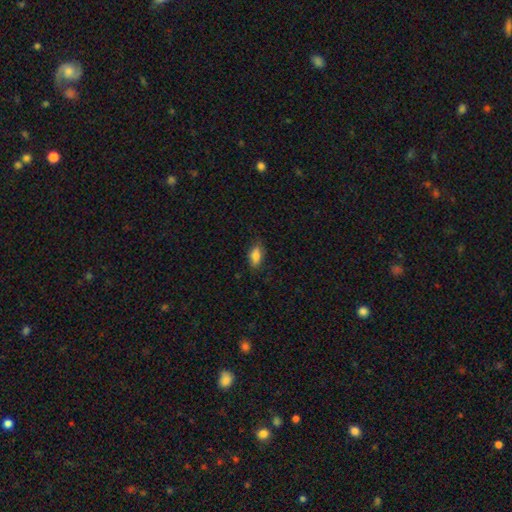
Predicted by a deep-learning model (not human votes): Smooth or featured: smooth — 82% (featured or disk — 9%)
How rounded: in between — 88% (cigar-shaped — 7%)
Merging: none — 75% (minor disturbance — 19%)